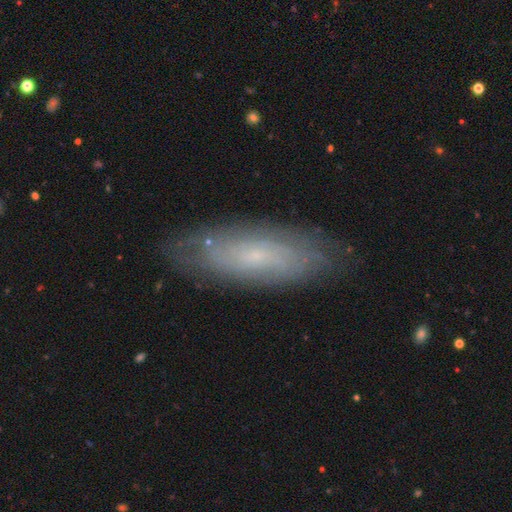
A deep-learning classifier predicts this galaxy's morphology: Q: Smooth or featured?
A: featured or disk (51%); runner-up: smooth (41%)
Q: Edge-on disk?
A: no (77%); runner-up: yes (23%)
Q: Merging?
A: none (82%); runner-up: minor disturbance (14%)